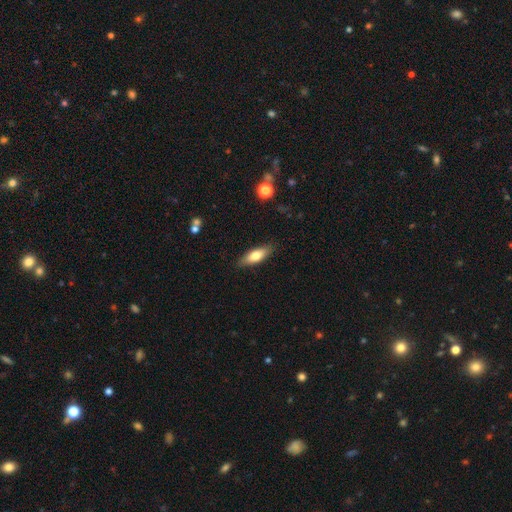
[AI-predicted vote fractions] A smooth galaxy with no disk features (71%) that is in between round and cigar-shaped (62%).

Vote fractions:
- Smooth or featured? smooth: 71% / featured or disk: 23% / star or artifact: 6%
- How rounded? in between: 62% / cigar-shaped: 35% / round: 2%
- Merging? none: 85% / minor disturbance: 11% / major disturbance: 2% / merger: 1%